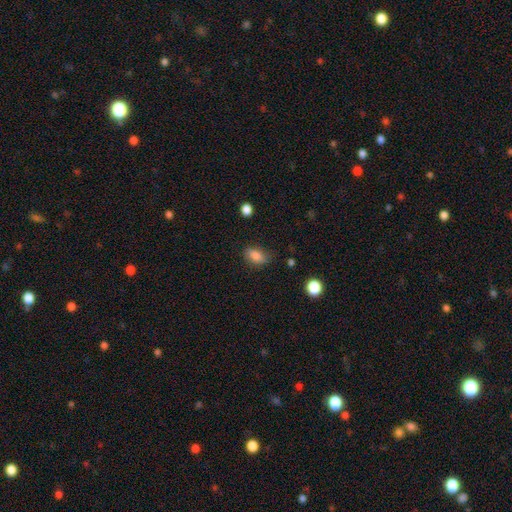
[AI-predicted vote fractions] Morphology: type=smooth (83%); roundness=in between (85%); merging=none (72%).